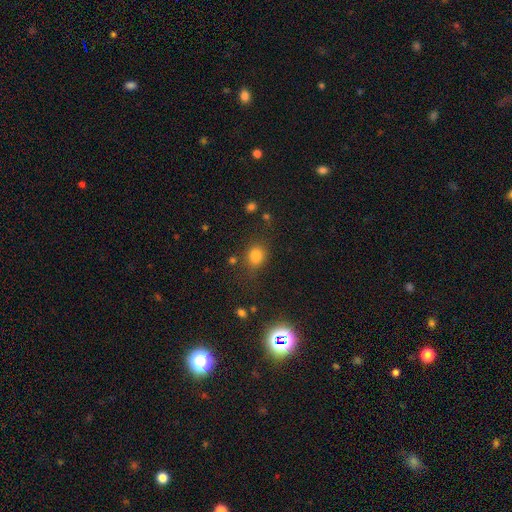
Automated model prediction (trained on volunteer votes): A smooth galaxy with no disk features (79%) that is round (64%).

Vote fractions:
- Smooth or featured? smooth: 79% / star or artifact: 14% / featured or disk: 7%
- How rounded? round: 64% / in between: 35% / cigar-shaped: 1%
- Merging? none: 73% / minor disturbance: 16% / major disturbance: 6% / merger: 5%